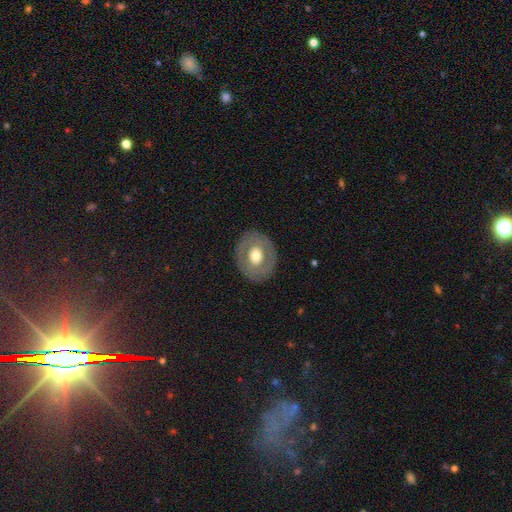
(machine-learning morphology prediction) smooth_or_featured: smooth (p=0.48) [alt: featured or disk p=0.46]
merging: none (p=0.85) [alt: minor disturbance p=0.10]